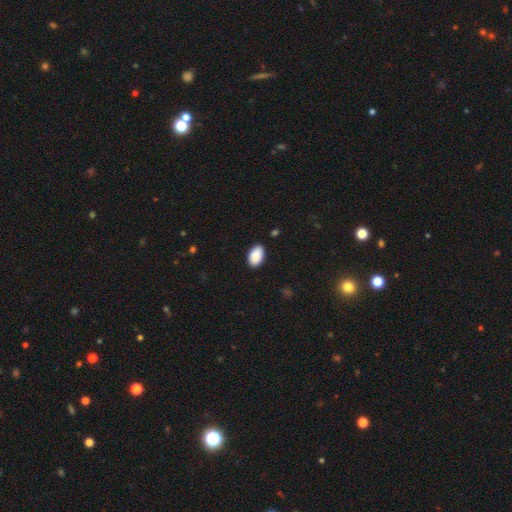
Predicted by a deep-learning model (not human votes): Smooth or featured?
  - smooth: 90% *
  - star or artifact: 6%
  - featured or disk: 3%
How rounded?
  - in between: 94% *
  - round: 5%
  - cigar-shaped: 1%
Merging?
  - none: 88% *
  - minor disturbance: 9%
  - major disturbance: 2%
  - merger: 1%